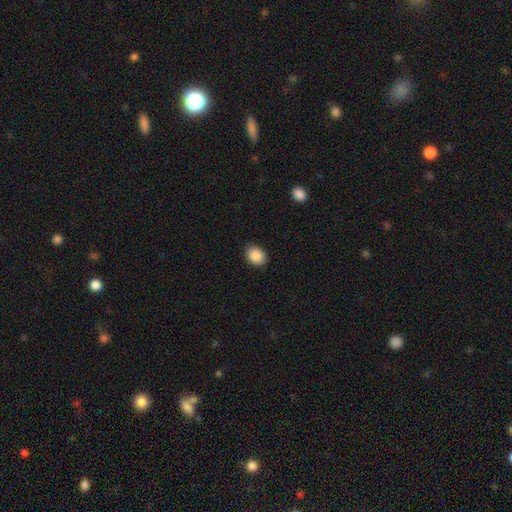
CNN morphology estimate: A smooth galaxy with no disk features (89%) that is in between round and cigar-shaped (66%). Merging: none (89%).